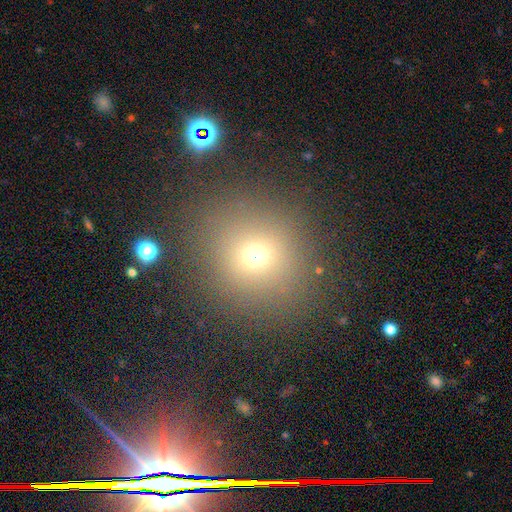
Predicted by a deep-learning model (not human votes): smooth-or-featured: smooth: 66% | star or artifact: 24% | featured or disk: 10%
  how-rounded: round: 89% | in between: 10% | cigar-shaped: 1%
  merging: none: 85% | minor disturbance: 8% | major disturbance: 4% | merger: 3%